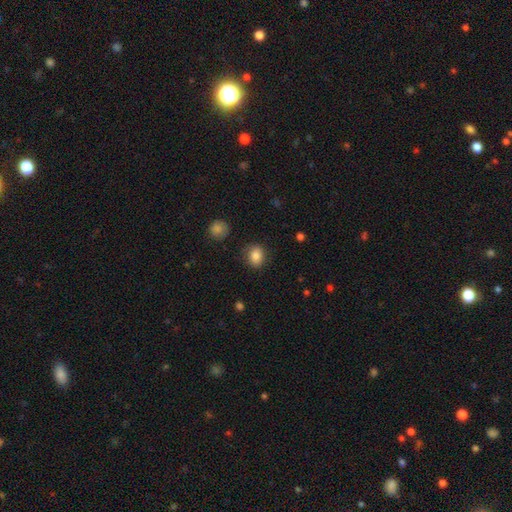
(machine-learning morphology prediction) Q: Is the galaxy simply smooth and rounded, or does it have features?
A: smooth — 85%.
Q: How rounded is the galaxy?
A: round — 55%.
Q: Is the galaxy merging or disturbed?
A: none — 83%.